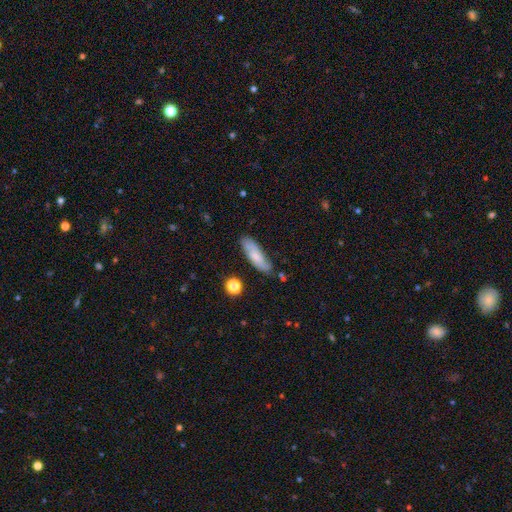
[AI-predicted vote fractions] Smooth or featured? Predicted: smooth (p=0.61). How rounded? Predicted: cigar-shaped (p=0.51). Merging? Predicted: none (p=0.75).